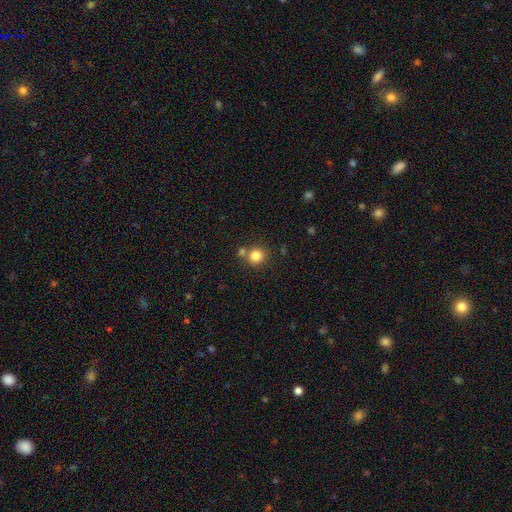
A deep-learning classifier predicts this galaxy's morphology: Q: Smooth or featured?
A: smooth (83%); runner-up: star or artifact (11%)
Q: How rounded?
A: round (89%); runner-up: in between (10%)
Q: Merging?
A: none (71%); runner-up: merger (18%)